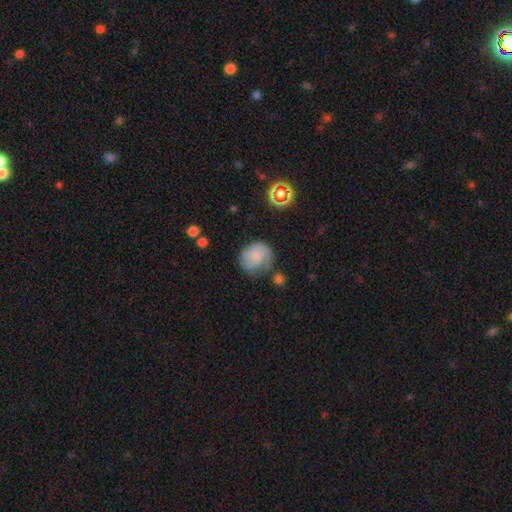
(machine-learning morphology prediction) smooth-or-featured: smooth: 61% | featured or disk: 29% | star or artifact: 10%
  how-rounded: round: 74% | in between: 25% | cigar-shaped: 1%
  merging: none: 48% | minor disturbance: 30% | major disturbance: 16% | merger: 6%